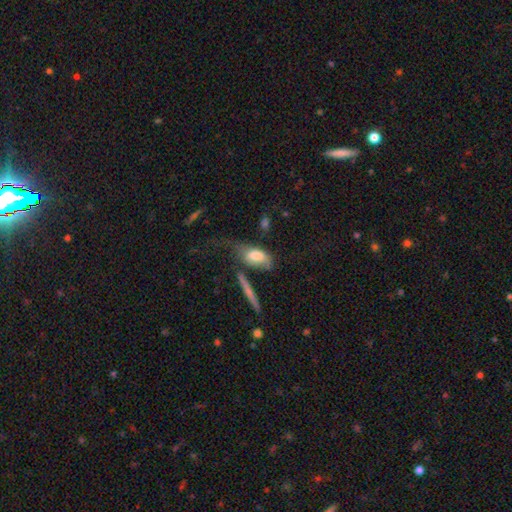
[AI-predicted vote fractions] smooth_or_featured: smooth (p=0.71) [alt: featured or disk p=0.22]
how_rounded: in between (p=0.87) [alt: cigar-shaped p=0.08]
merging: major disturbance (p=0.36) [alt: none p=0.26]